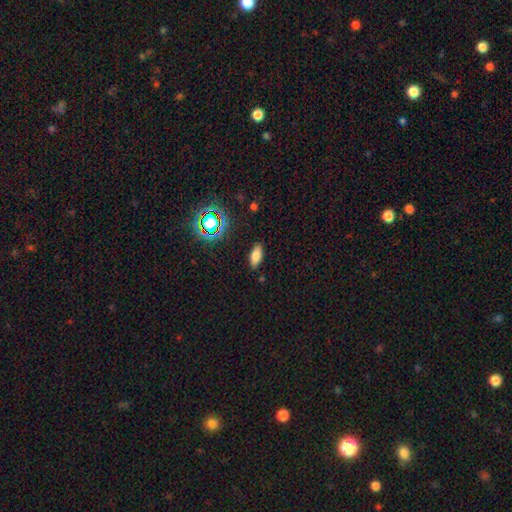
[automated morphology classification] Smooth or featured?
  - smooth: 76% *
  - star or artifact: 15%
  - featured or disk: 9%
How rounded?
  - in between: 83% *
  - cigar-shaped: 14%
  - round: 3%
Merging?
  - none: 86% *
  - minor disturbance: 10%
  - major disturbance: 2%
  - merger: 1%